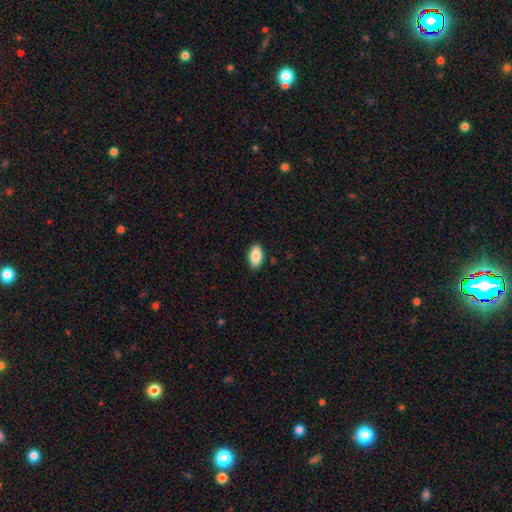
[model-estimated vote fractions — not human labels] smooth_or_featured: smooth (p=0.88) [alt: star or artifact p=0.07]
how_rounded: in between (p=0.94) [alt: round p=0.03]
merging: none (p=0.89) [alt: minor disturbance p=0.09]